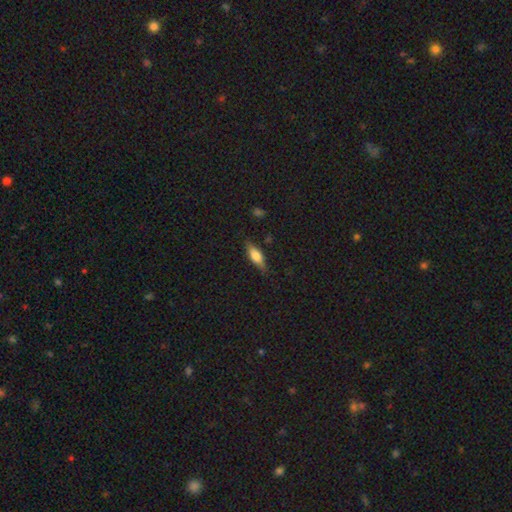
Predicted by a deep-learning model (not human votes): smooth-or-featured: smooth: 58% | featured or disk: 35% | star or artifact: 8%
  how-rounded: in between: 58% | cigar-shaped: 39% | round: 3%
  merging: none: 79% | minor disturbance: 16% | major disturbance: 4% | merger: 1%